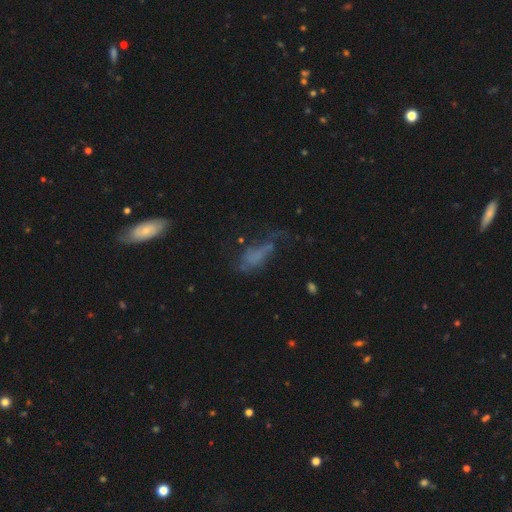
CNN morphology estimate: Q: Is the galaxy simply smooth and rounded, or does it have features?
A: smooth — 47%.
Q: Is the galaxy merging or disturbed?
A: major disturbance — 42%.